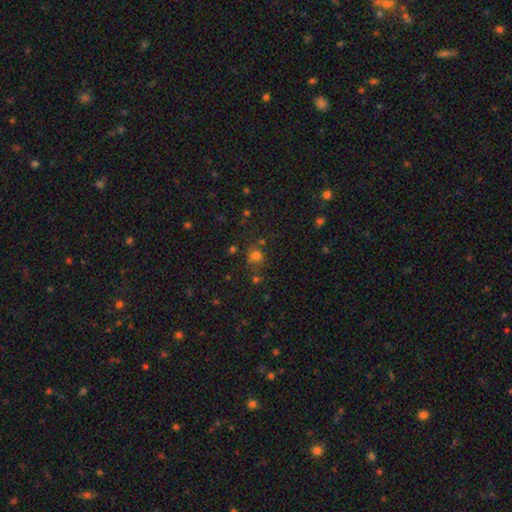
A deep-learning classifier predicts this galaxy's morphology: Smooth or featured: smooth — 68% (star or artifact — 23%)
How rounded: round — 69% (in between — 30%)
Merging: none — 64% (minor disturbance — 17%)